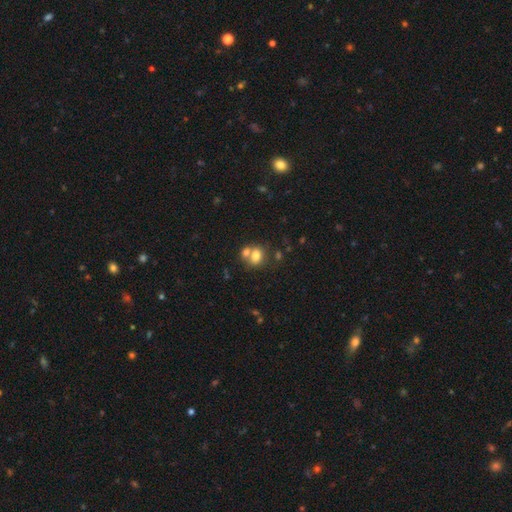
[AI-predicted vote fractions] Smooth or featured?
  - smooth: 75% *
  - featured or disk: 14%
  - star or artifact: 11%
How rounded?
  - in between: 59% *
  - round: 40%
  - cigar-shaped: 1%
Merging?
  - merger: 46% *
  - none: 40%
  - minor disturbance: 9%
  - major disturbance: 4%